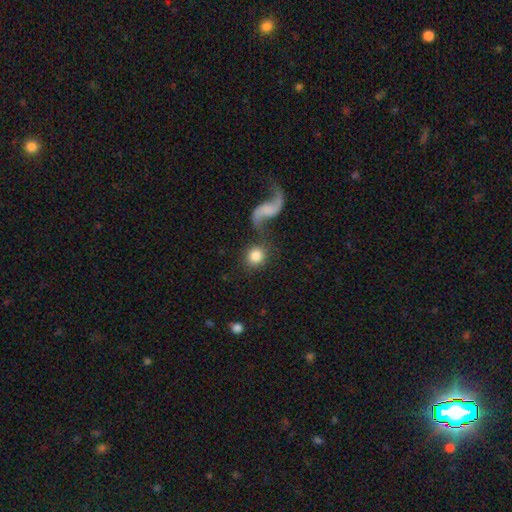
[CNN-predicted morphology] Smooth or featured: smooth — 77% (featured or disk — 16%)
How rounded: round — 87% (in between — 11%)
Merging: none — 65% (merger — 19%)